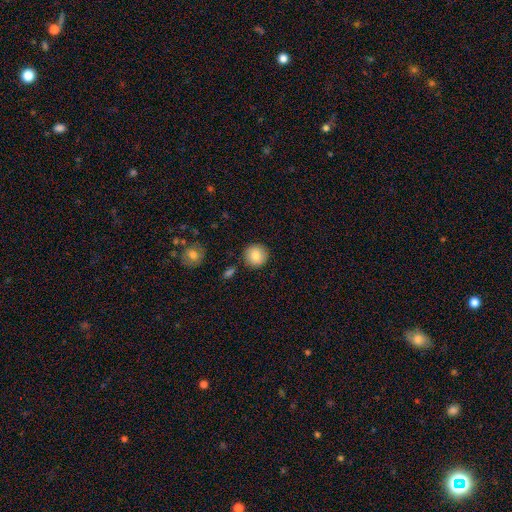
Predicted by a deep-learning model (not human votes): This is clearly a smooth galaxy (85%). How rounded: clearly round (94%). Merging: clearly none (88%).